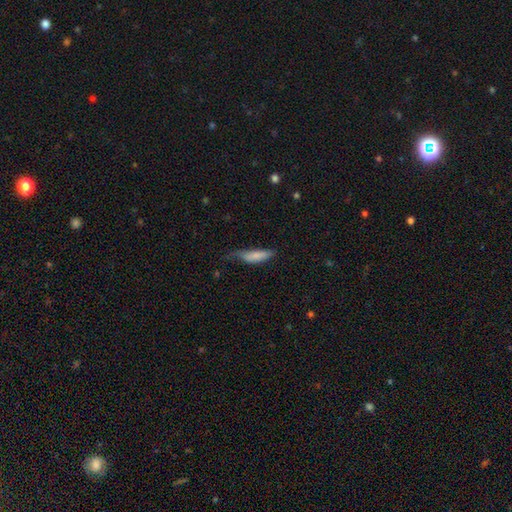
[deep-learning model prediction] Smooth or featured?
  - smooth: 75% *
  - featured or disk: 18%
  - star or artifact: 6%
How rounded?
  - cigar-shaped: 61% *
  - in between: 37%
  - round: 2%
Merging?
  - minor disturbance: 40% *
  - none: 37%
  - major disturbance: 20%
  - merger: 3%